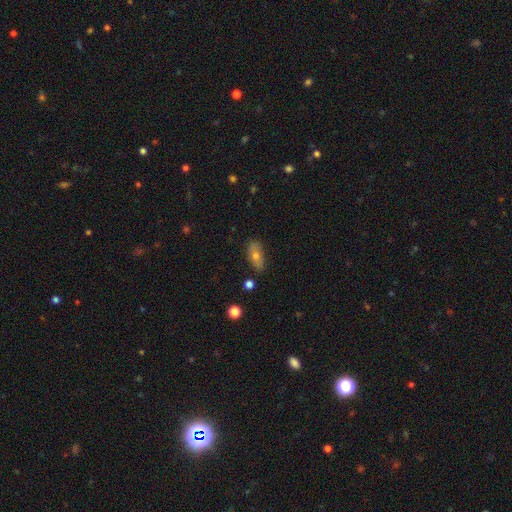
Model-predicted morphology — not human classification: The model was most divided on "smooth or featured": smooth: 59%, featured or disk: 30%, star or artifact: 11%. More confident: merging — none (79%); how rounded — in between (72%).